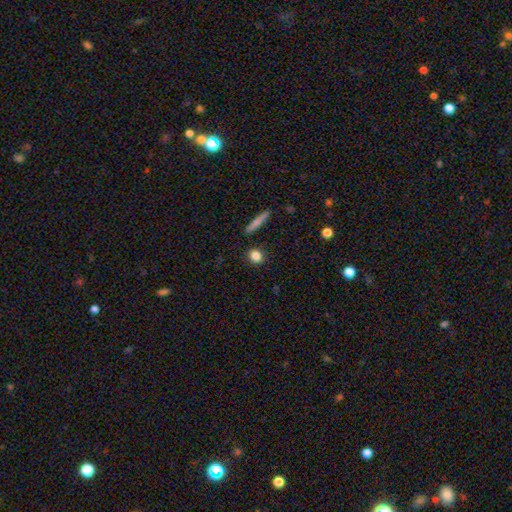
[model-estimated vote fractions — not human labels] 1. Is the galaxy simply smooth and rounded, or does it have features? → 83% smooth, 9% star or artifact, 8% featured or disk.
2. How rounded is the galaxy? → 73% round, 22% in between, 5% cigar-shaped.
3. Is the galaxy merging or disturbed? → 88% none, 7% minor disturbance, 2% merger, 2% major disturbance.